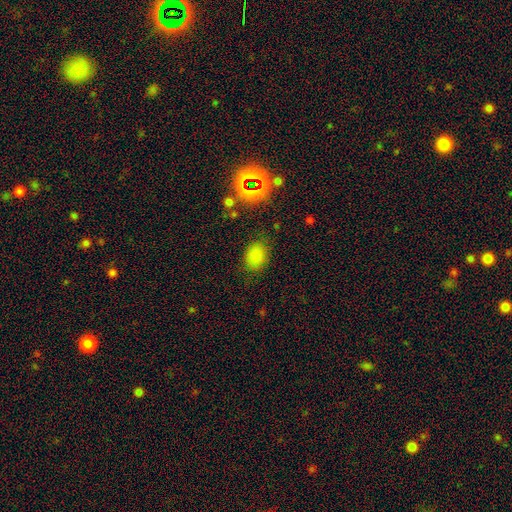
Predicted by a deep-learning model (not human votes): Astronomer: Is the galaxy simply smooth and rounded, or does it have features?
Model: smooth — 79%.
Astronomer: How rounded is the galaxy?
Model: in between — 69%.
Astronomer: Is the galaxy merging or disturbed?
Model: none — 82%.